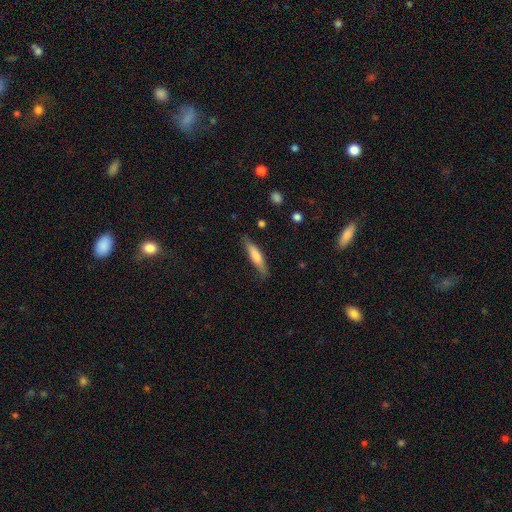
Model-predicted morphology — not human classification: smooth_or_featured: smooth (p=0.68) [alt: featured or disk p=0.26]
how_rounded: cigar-shaped (p=0.81) [alt: in between p=0.18]
merging: none (p=0.79) [alt: minor disturbance p=0.16]